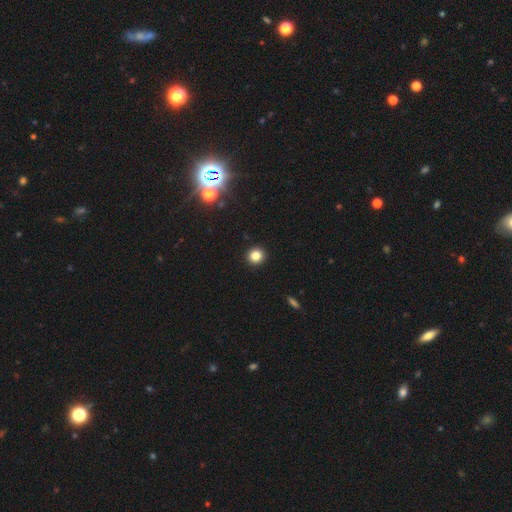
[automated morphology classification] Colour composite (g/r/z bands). It shows a smooth galaxy with no disk features (81%) that is round (93%). Merging: none (93%).